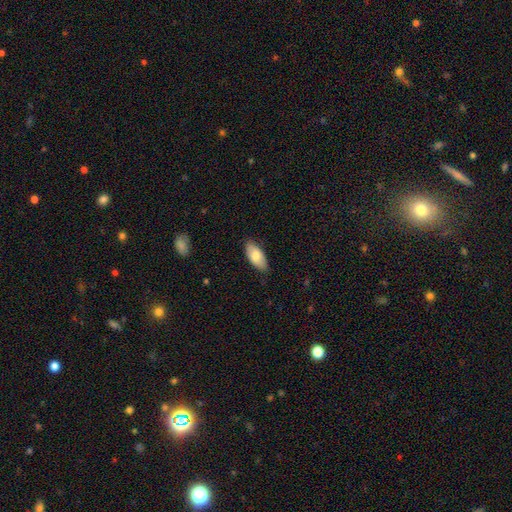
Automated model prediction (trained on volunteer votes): Smooth or featured? Predicted: smooth (p=0.76). How rounded? Predicted: in between (p=0.90). Merging? Predicted: none (p=0.83).